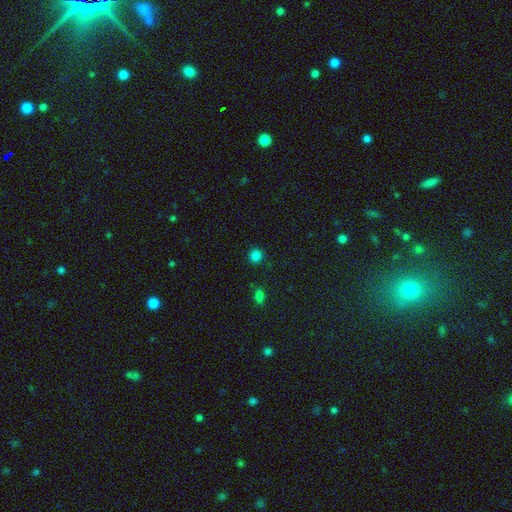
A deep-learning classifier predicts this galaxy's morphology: smooth-or-featured: smooth: 83% | star or artifact: 14% | featured or disk: 3%
  how-rounded: round: 91% | in between: 8% | cigar-shaped: 1%
  merging: none: 89% | minor disturbance: 6% | major disturbance: 2% | merger: 2%